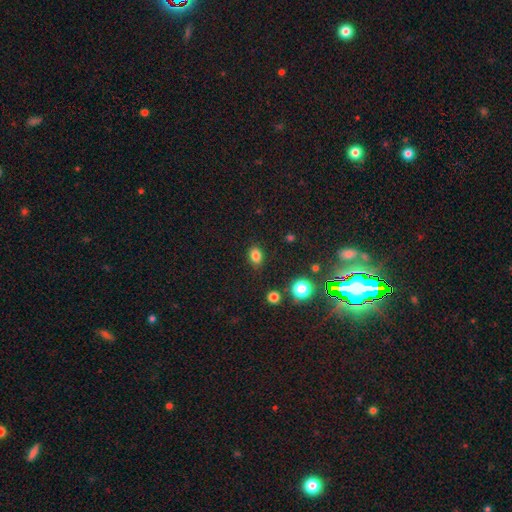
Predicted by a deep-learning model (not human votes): Smooth or featured? smooth (82%)
How rounded? in between (68%)
Merging? none (84%)